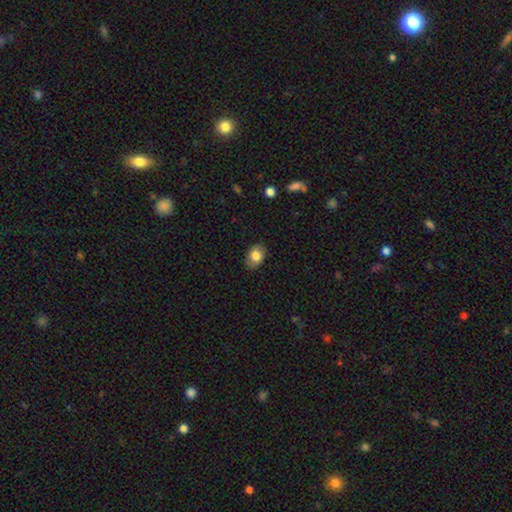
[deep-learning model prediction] smooth-or-featured: smooth: 82% | featured or disk: 11% | star or artifact: 8%
  how-rounded: in between: 82% | round: 17% | cigar-shaped: 1%
  merging: none: 84% | minor disturbance: 12% | major disturbance: 2% | merger: 1%